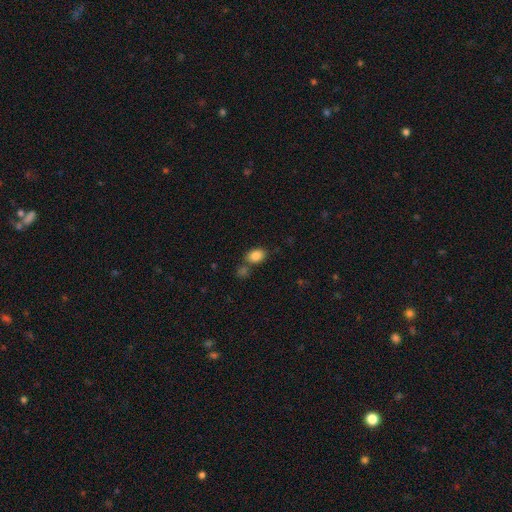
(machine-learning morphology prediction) smooth-or-featured: smooth: 86% | star or artifact: 9% | featured or disk: 5%
  how-rounded: in between: 79% | round: 20% | cigar-shaped: 1%
  merging: none: 65% | merger: 18% | minor disturbance: 13% | major disturbance: 4%